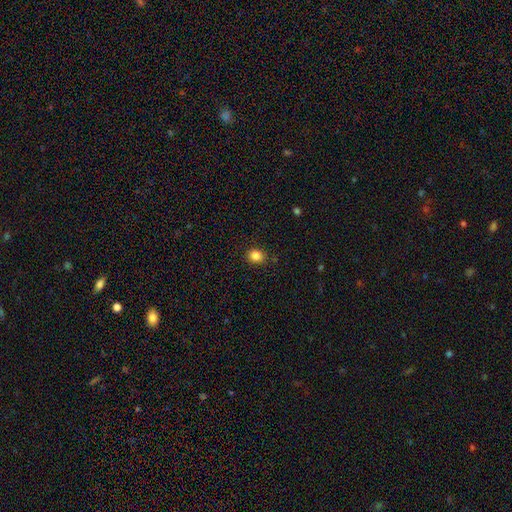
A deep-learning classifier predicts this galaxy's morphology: Smooth or featured?
  - smooth: 85% *
  - star or artifact: 11%
  - featured or disk: 5%
How rounded?
  - round: 57% *
  - in between: 42%
  - cigar-shaped: 1%
Merging?
  - none: 88% *
  - minor disturbance: 8%
  - major disturbance: 2%
  - merger: 1%